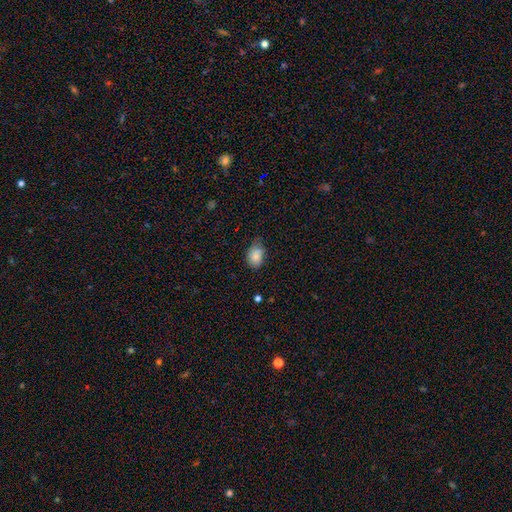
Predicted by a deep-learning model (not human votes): smooth-or-featured: smooth: 85% | star or artifact: 8% | featured or disk: 7%
  how-rounded: in between: 80% | round: 19% | cigar-shaped: 1%
  merging: none: 59% | minor disturbance: 33% | major disturbance: 6% | merger: 2%